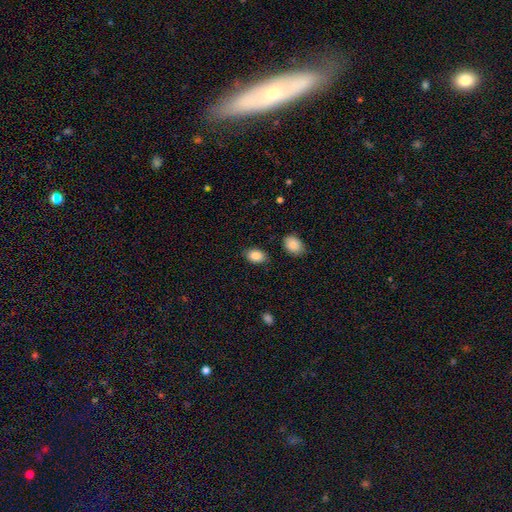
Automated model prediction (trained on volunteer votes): smooth 87%, star or artifact 8%, featured or disk 6%. Down the decision tree: how rounded — in between (85%); merging — none (84%).